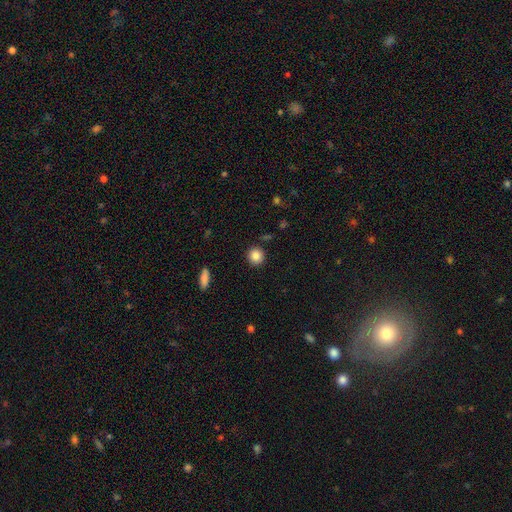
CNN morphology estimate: type=smooth (86%); roundness=round (91%); merging=none (89%).